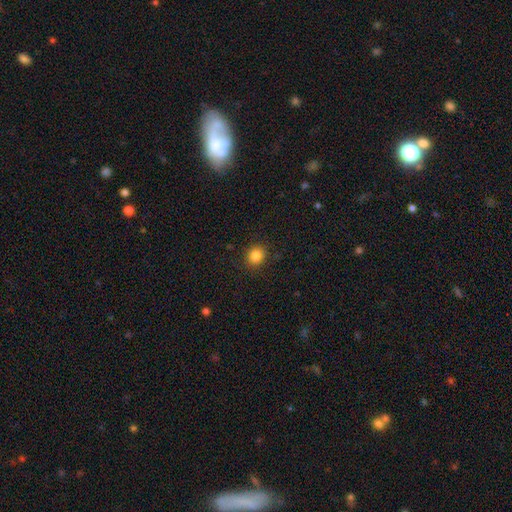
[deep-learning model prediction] The model was most divided on "how rounded": round: 80%, in between: 19%, cigar-shaped: 1%. More confident: merging — none (89%); smooth or featured — smooth (84%).